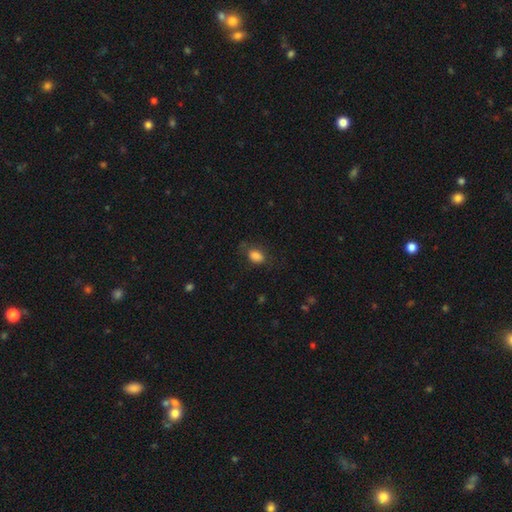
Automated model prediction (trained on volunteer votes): Smooth or featured?
  - smooth: 84% *
  - star or artifact: 10%
  - featured or disk: 6%
How rounded?
  - in between: 84% *
  - round: 15%
  - cigar-shaped: 2%
Merging?
  - none: 64% *
  - minor disturbance: 23%
  - major disturbance: 11%
  - merger: 2%